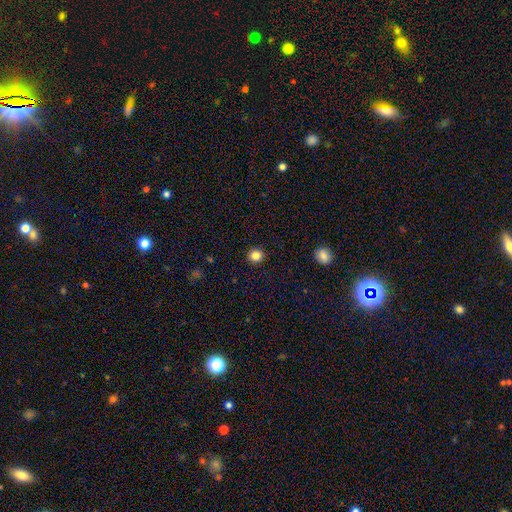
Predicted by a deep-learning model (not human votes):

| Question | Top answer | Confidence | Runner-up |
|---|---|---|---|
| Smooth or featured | smooth | 85% | star or artifact (11%) |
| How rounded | round | 91% | in between (8%) |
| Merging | none | 92% | minor disturbance (5%) |